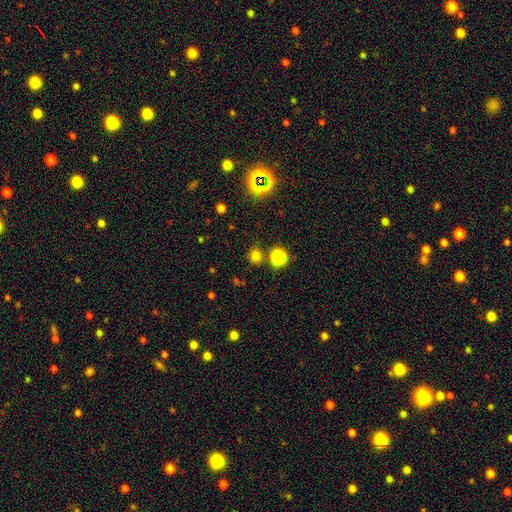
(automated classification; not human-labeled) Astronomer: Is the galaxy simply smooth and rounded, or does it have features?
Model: smooth — 72%.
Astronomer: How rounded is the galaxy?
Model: round — 87%.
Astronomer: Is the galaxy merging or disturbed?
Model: none — 79%.